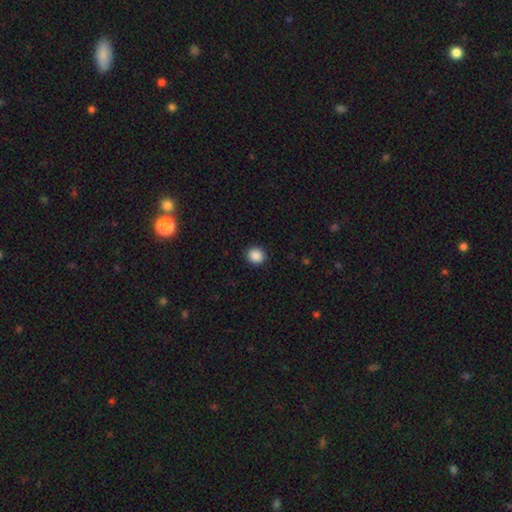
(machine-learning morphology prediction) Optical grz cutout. It shows a smooth galaxy with no disk features (88%) that is round (90%). Merging: none (92%).